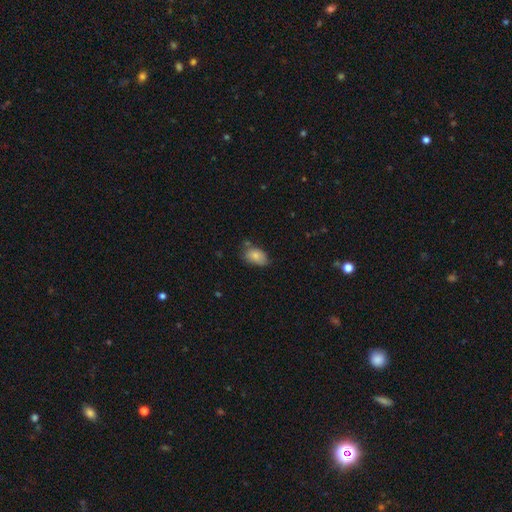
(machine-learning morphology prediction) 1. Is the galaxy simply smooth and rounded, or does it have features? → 82% smooth, 10% featured or disk, 8% star or artifact.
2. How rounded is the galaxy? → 89% in between, 10% round, 1% cigar-shaped.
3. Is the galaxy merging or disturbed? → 60% none, 29% minor disturbance, 5% major disturbance, 5% merger.